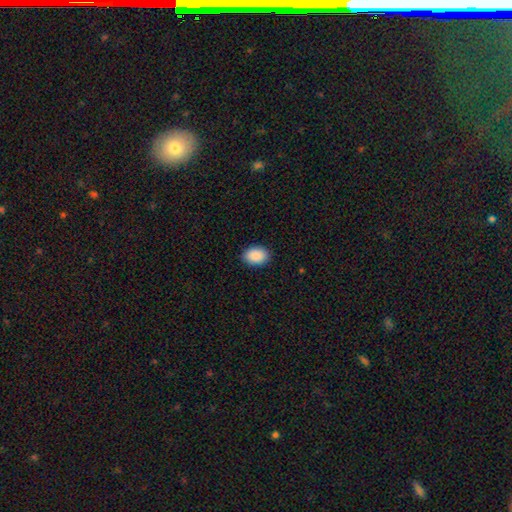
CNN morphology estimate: smooth-or-featured: smooth: 90% | star or artifact: 7% | featured or disk: 3%
  how-rounded: in between: 82% | round: 17% | cigar-shaped: 1%
  merging: none: 89% | minor disturbance: 8% | major disturbance: 2% | merger: 1%